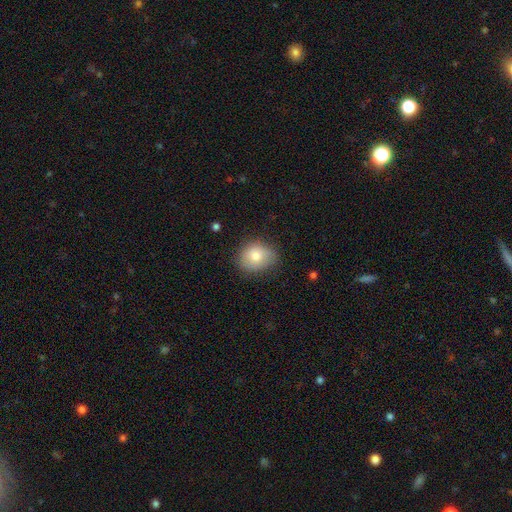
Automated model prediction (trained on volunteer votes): Smooth or featured: smooth — 78% (featured or disk — 14%)
How rounded: round — 55% (in between — 44%)
Merging: none — 73% (minor disturbance — 21%)